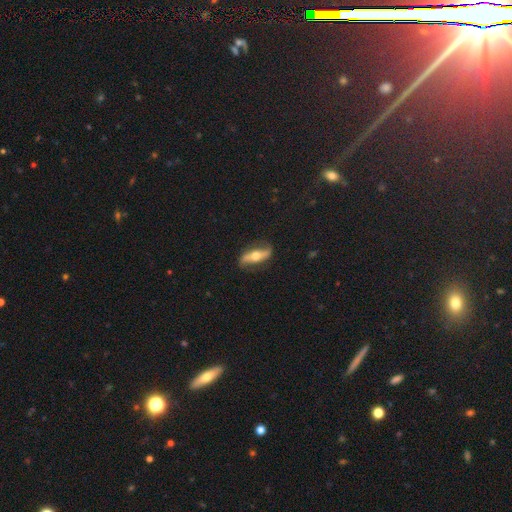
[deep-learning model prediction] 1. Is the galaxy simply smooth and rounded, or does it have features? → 63% featured or disk, 31% smooth, 6% star or artifact.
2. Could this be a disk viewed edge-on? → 56% no, 44% yes.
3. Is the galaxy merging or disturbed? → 80% none, 14% minor disturbance, 5% major disturbance, 1% merger.